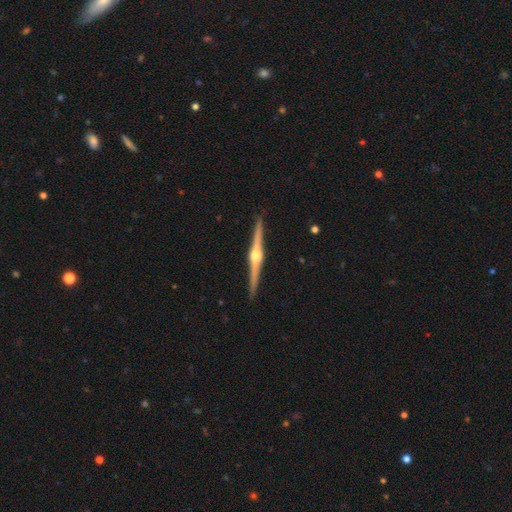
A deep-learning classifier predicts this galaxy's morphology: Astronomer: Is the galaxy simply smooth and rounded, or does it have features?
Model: featured or disk — 86%.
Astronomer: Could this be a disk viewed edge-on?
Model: yes — 99%.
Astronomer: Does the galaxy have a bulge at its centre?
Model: rounded — 93%.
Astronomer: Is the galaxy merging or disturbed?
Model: none — 92%.